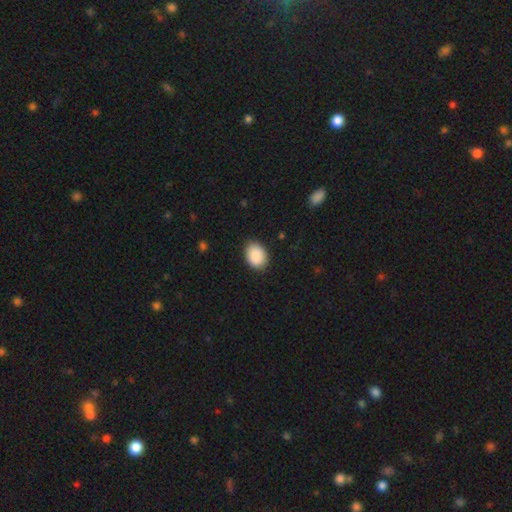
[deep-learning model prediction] This is clearly a smooth galaxy (90%). How rounded: likely in between (75%). Merging: clearly none (86%).